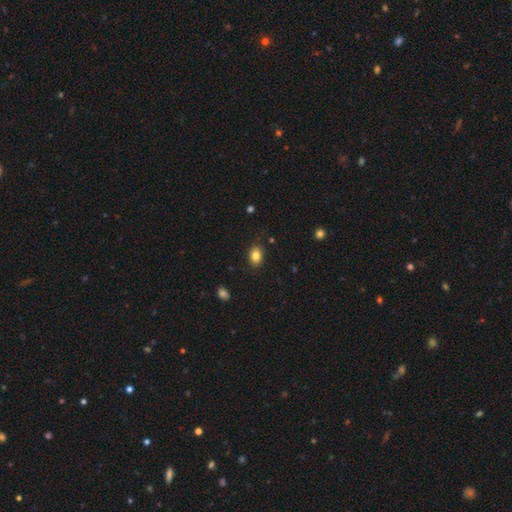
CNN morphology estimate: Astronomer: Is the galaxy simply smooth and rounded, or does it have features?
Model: smooth — 83%.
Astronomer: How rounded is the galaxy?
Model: in between — 77%.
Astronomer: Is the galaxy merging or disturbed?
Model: none — 86%.